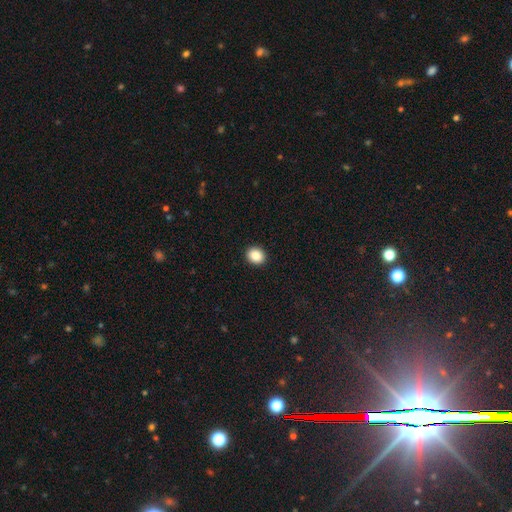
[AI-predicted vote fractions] smooth 87%, star or artifact 9%, featured or disk 4%. Down the decision tree: how rounded — round (69%); merging — none (93%).